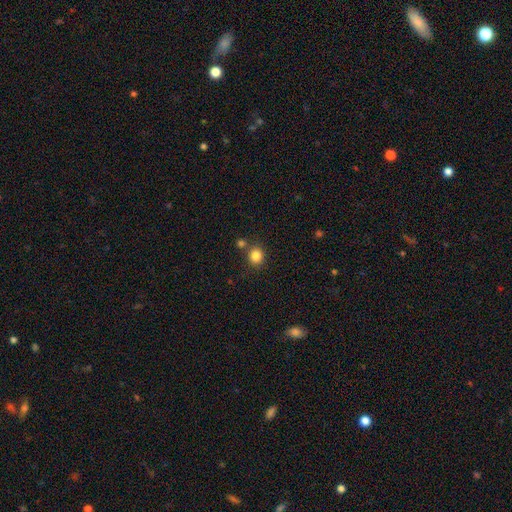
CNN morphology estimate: Smooth or featured? smooth (84%)
How rounded? round (84%)
Merging? none (74%)